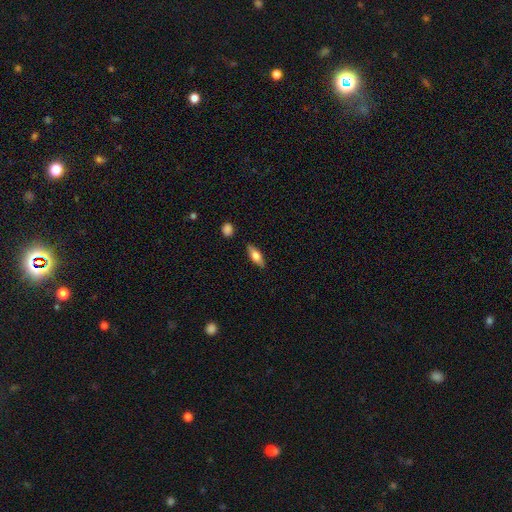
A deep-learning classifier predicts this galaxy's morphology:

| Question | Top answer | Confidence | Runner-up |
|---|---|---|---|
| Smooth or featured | smooth | 63% | featured or disk (30%) |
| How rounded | in between | 64% | cigar-shaped (33%) |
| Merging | none | 86% | minor disturbance (10%) |